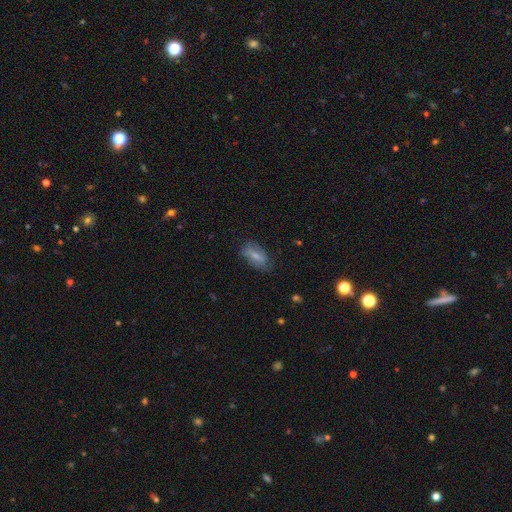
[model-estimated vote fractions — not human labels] Smooth or featured: smooth — 60% (featured or disk — 32%)
How rounded: in between — 80% (cigar-shaped — 16%)
Merging: none — 71% (minor disturbance — 21%)